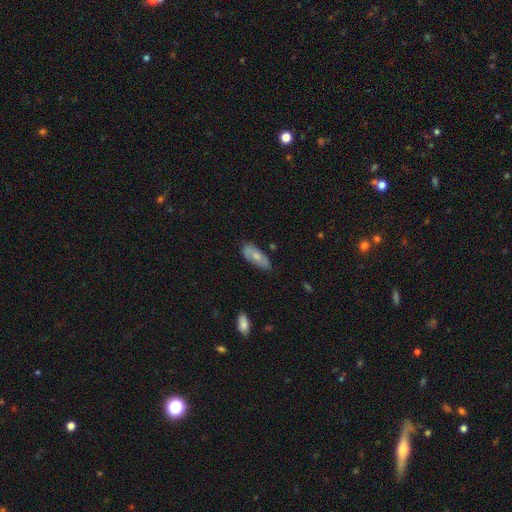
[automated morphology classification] Smooth or featured?
  - smooth: 63% *
  - featured or disk: 30%
  - star or artifact: 6%
How rounded?
  - in between: 80% *
  - cigar-shaped: 18%
  - round: 2%
Merging?
  - none: 67% *
  - minor disturbance: 25%
  - major disturbance: 5%
  - merger: 2%